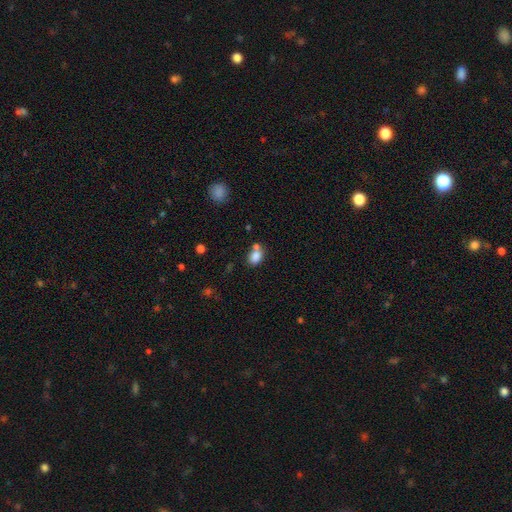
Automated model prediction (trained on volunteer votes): A smooth galaxy with no disk features (82%) that is in between round and cigar-shaped (68%). Merging: none (47%).